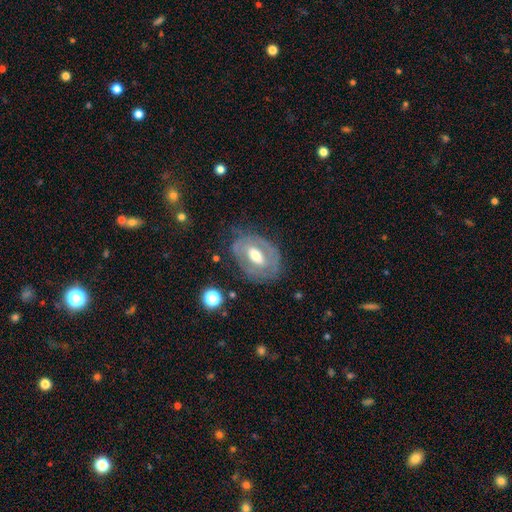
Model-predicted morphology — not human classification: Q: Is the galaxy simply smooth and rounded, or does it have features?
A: featured or disk — 70%.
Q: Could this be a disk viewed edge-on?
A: no — 94%.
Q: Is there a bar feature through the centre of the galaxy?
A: weak — 40%.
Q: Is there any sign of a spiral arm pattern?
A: yes — 52%.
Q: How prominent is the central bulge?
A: moderate — 64%.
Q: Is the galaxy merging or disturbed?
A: none — 67%.